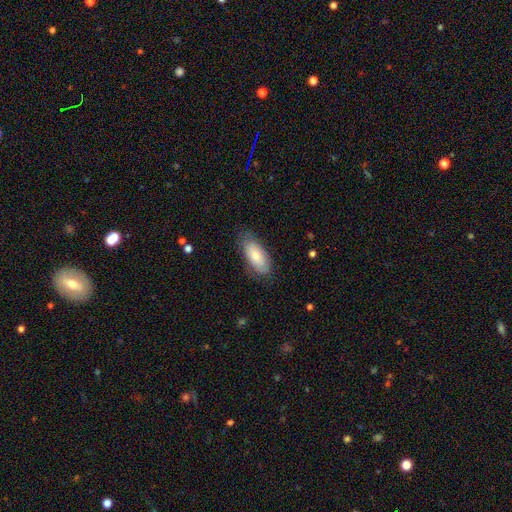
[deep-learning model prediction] This appears to be a smooth galaxy with no disk features (72%) that is in between round and cigar-shaped (88%). Merging: none (74%).